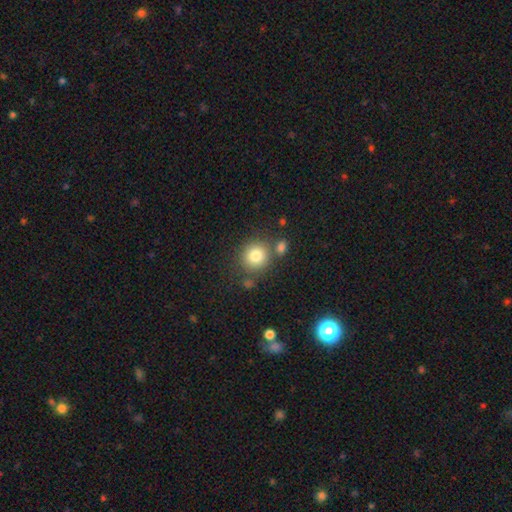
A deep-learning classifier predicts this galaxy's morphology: smooth_or_featured: smooth (p=0.81) [alt: star or artifact p=0.11]
how_rounded: round (p=0.89) [alt: in between p=0.10]
merging: none (p=0.73) [alt: merger p=0.13]